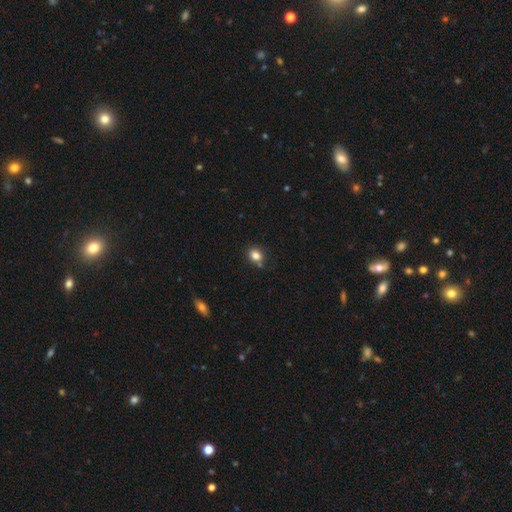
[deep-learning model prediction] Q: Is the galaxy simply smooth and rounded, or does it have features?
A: smooth — 83%.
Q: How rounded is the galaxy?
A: round — 53%.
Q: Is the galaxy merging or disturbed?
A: none — 70%.